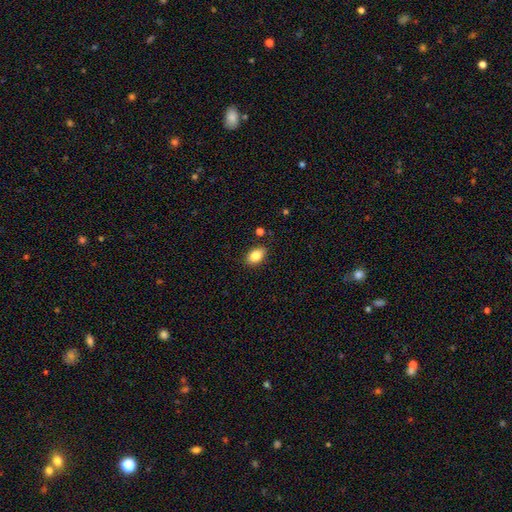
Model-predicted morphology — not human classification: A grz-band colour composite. It shows a smooth galaxy with no disk features (86%) that is in between round and cigar-shaped (88%). Merging: none (86%).